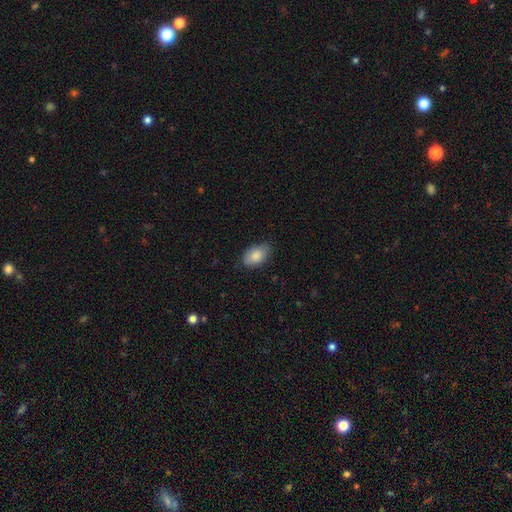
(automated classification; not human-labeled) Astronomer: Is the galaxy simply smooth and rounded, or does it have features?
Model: smooth — 86%.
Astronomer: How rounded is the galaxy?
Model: in between — 90%.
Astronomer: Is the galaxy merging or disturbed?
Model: none — 78%.